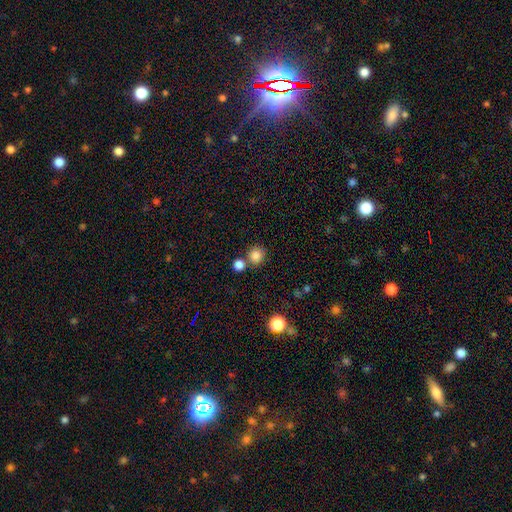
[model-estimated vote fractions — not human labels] A smooth galaxy with no disk features (85%) that is round (89%). Merging: none (69%).